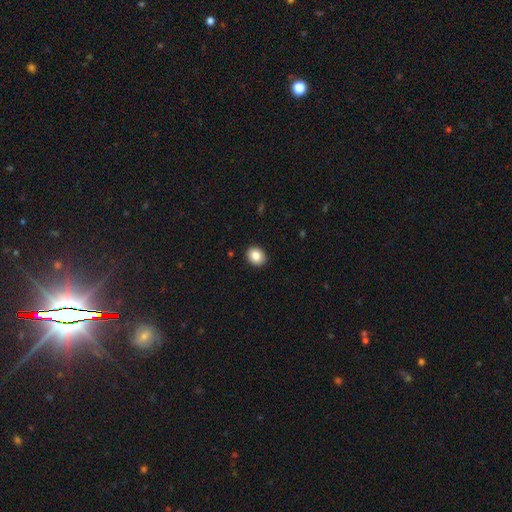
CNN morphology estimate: smooth 85%, star or artifact 8%, featured or disk 6%. Down the decision tree: how rounded — in between (52%); merging — none (91%).